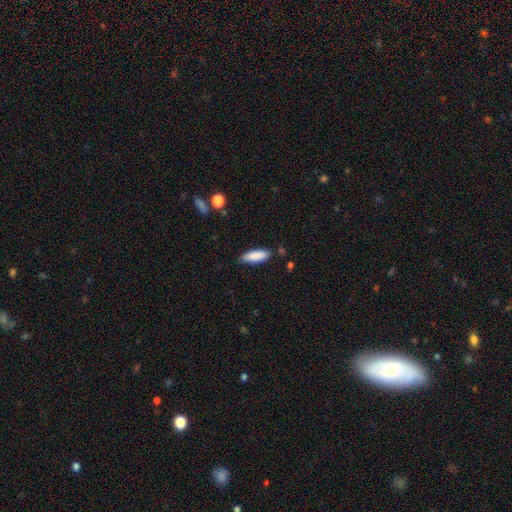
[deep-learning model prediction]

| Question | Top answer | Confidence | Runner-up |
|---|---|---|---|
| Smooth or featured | smooth | 86% | featured or disk (8%) |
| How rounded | in between | 65% | cigar-shaped (34%) |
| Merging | none | 80% | minor disturbance (15%) |